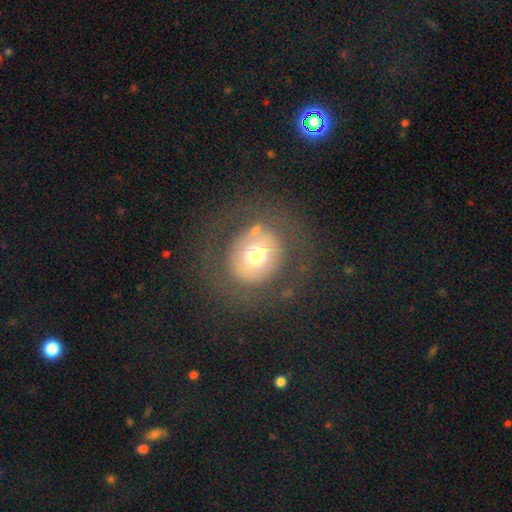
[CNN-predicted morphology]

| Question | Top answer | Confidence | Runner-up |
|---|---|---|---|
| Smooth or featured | smooth | 57% | featured or disk (31%) |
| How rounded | round | 81% | in between (18%) |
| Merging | none | 70% | major disturbance (14%) |